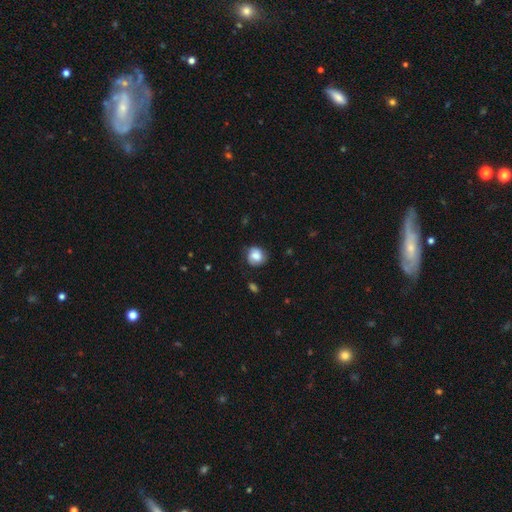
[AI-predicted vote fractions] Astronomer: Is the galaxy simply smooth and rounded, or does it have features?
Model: smooth — 71%.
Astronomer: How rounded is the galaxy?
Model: round — 76%.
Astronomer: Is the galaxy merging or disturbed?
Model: none — 69%.